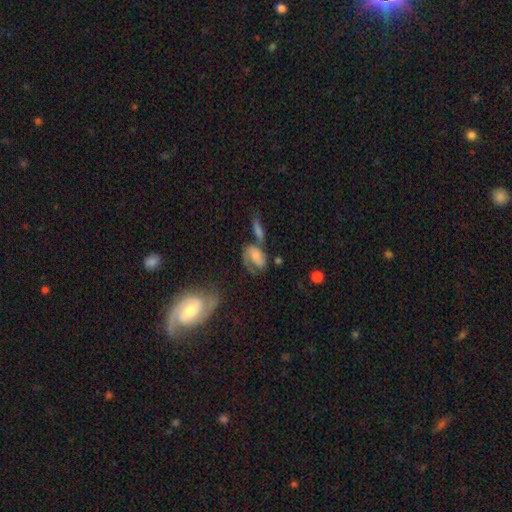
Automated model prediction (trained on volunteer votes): This is possibly a featured or disk galaxy (55%). It is clearly not viewed edge-on (96%). Bar: likely no (63%). Spiral arm pattern: clearly yes (83%). Central bulge: marginally small (31%, tied with moderate). Merging: marginally none (31%).